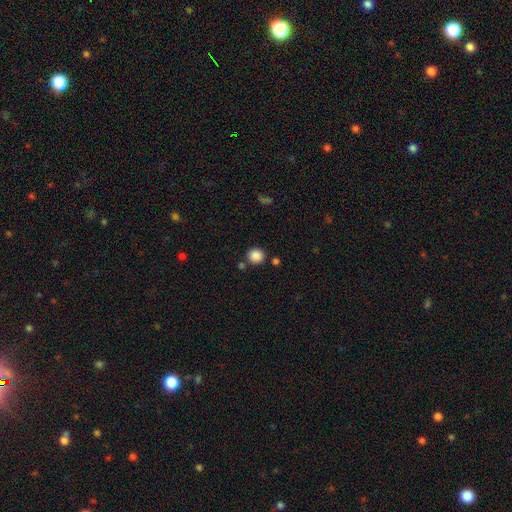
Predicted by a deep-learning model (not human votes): The model was most divided on "merging": none: 82%, minor disturbance: 8%, merger: 7%, major disturbance: 3%. More confident: how rounded — round (90%); smooth or featured — smooth (87%).